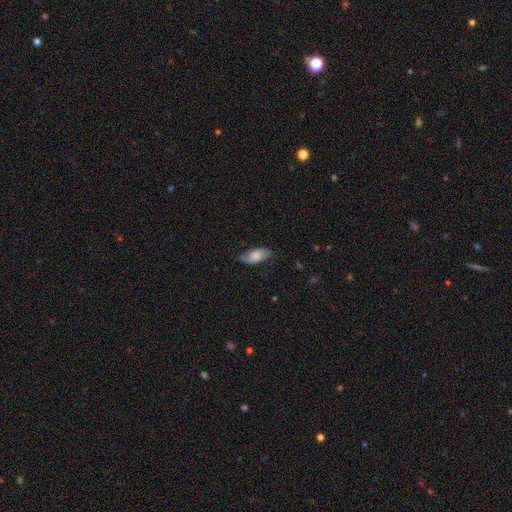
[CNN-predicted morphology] The model was most divided on "smooth or featured": smooth: 66%, featured or disk: 27%, star or artifact: 7%. More confident: how rounded — in between (91%); merging — none (69%).